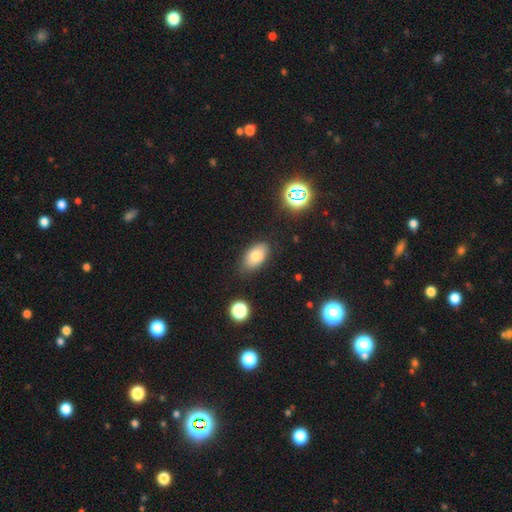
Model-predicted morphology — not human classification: smooth_or_featured: smooth (p=0.79) [alt: featured or disk p=0.11]
how_rounded: in between (p=0.92) [alt: round p=0.06]
merging: none (p=0.81) [alt: minor disturbance p=0.14]